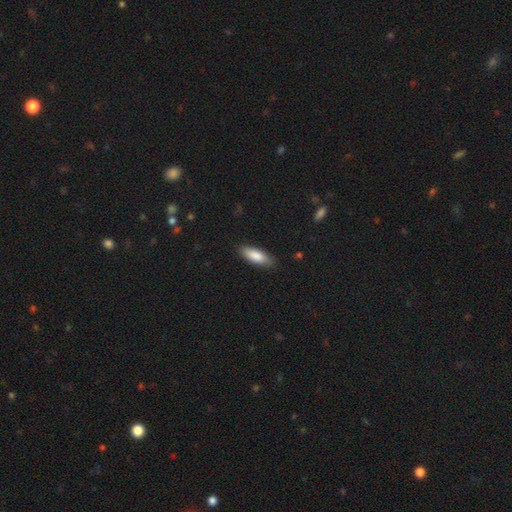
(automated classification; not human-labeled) smooth 85%, featured or disk 10%, star or artifact 6%. Down the decision tree: how rounded — in between (66%); merging — none (84%).